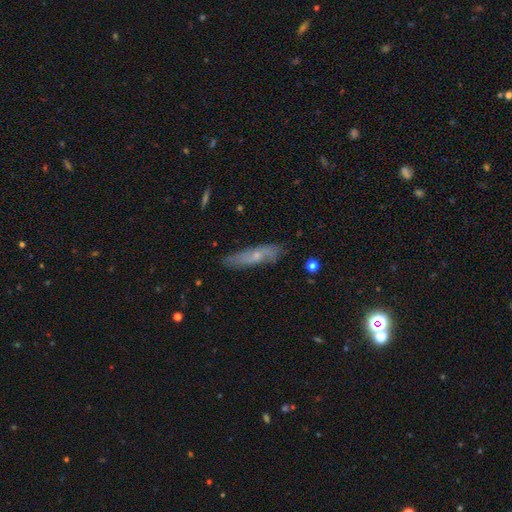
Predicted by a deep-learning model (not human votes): smooth 47%, featured or disk 45%, star or artifact 8%. Down the decision tree: merging — none (77%).